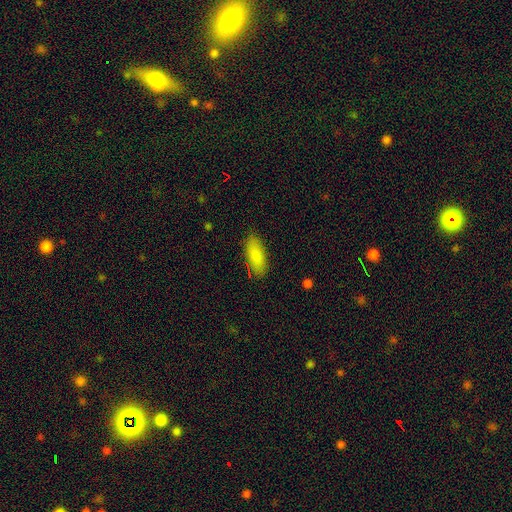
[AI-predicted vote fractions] Q: Smooth or featured?
A: smooth (86%); runner-up: featured or disk (8%)
Q: How rounded?
A: in between (80%); runner-up: cigar-shaped (18%)
Q: Merging?
A: none (85%); runner-up: minor disturbance (11%)